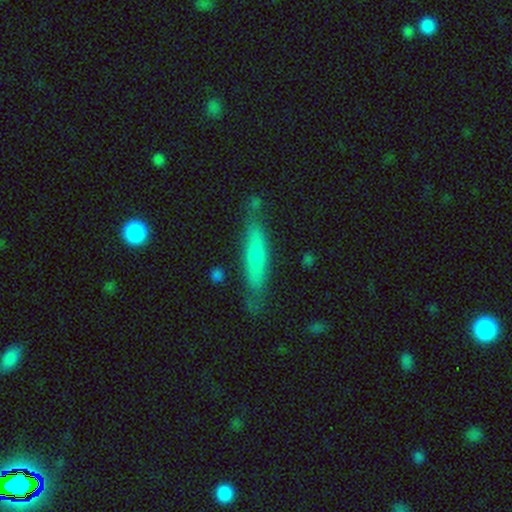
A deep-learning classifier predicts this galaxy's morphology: Overall: smooth (58%; featured or disk 36%). How rounded: cigar-shaped (84%). Merging: none (73%).